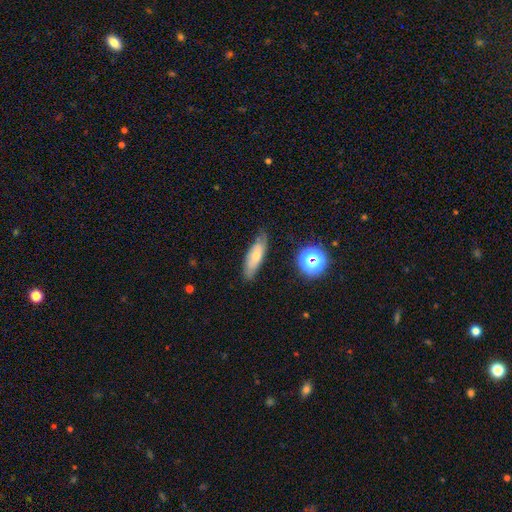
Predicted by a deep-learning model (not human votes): The model was most divided on "how rounded": in between: 49%, cigar-shaped: 47%, round: 3%. More confident: merging — none (72%); smooth or featured — smooth (59%).